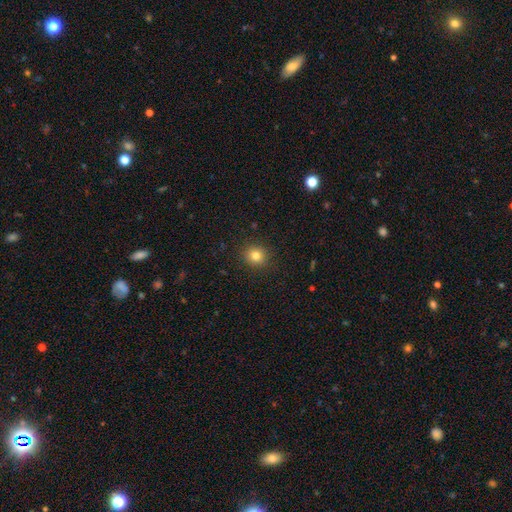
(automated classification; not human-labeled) Smooth or featured?
  - smooth: 82% *
  - star or artifact: 12%
  - featured or disk: 6%
How rounded?
  - round: 85% *
  - in between: 14%
  - cigar-shaped: 1%
Merging?
  - none: 90% *
  - minor disturbance: 6%
  - major disturbance: 2%
  - merger: 1%